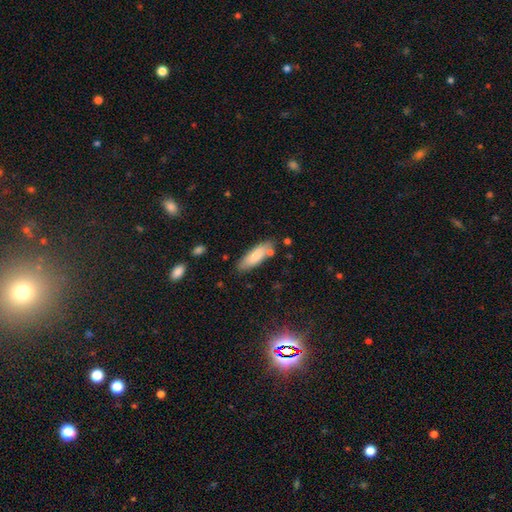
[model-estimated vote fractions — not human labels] A smooth galaxy with no disk features (81%) that is in between round and cigar-shaped (59%).

Vote fractions:
- Smooth or featured? smooth: 81% / featured or disk: 13% / star or artifact: 6%
- How rounded? in between: 59% / cigar-shaped: 40% / round: 2%
- Merging? none: 75% / minor disturbance: 15% / merger: 6% / major disturbance: 3%